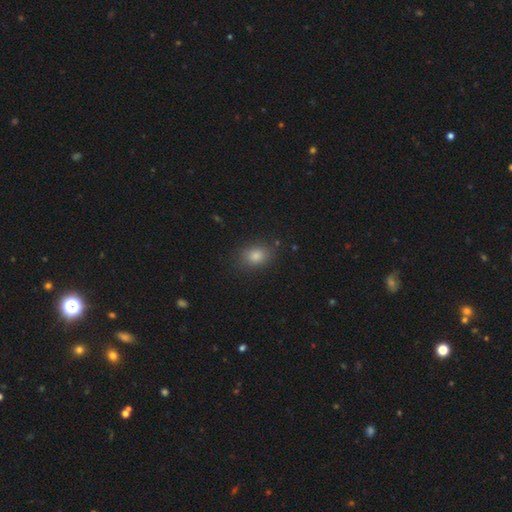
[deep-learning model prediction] Smooth or featured?
  - smooth: 80% *
  - star or artifact: 13%
  - featured or disk: 7%
How rounded?
  - in between: 62% *
  - round: 37%
  - cigar-shaped: 1%
Merging?
  - none: 84% *
  - minor disturbance: 12%
  - major disturbance: 3%
  - merger: 2%